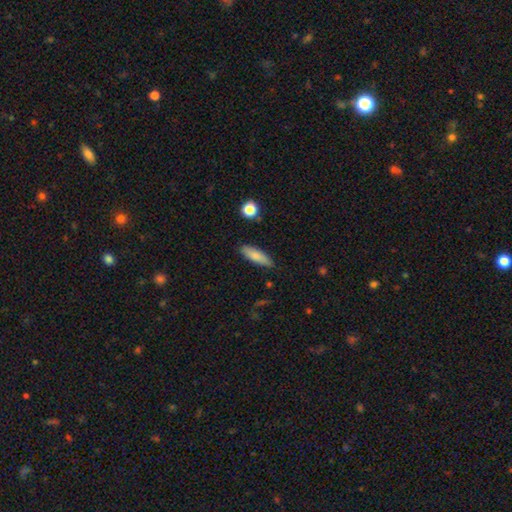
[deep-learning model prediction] A smooth galaxy with no disk features (80%) that is cigar-shaped (52%).

Vote fractions:
- Smooth or featured? smooth: 80% / featured or disk: 12% / star or artifact: 7%
- How rounded? cigar-shaped: 52% / in between: 45% / round: 2%
- Merging? none: 82% / minor disturbance: 13% / major disturbance: 3% / merger: 2%